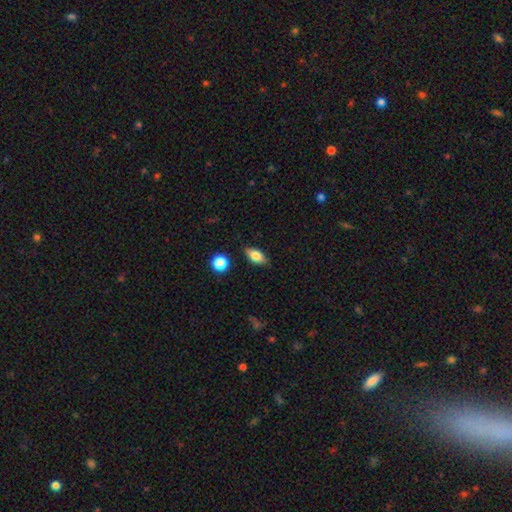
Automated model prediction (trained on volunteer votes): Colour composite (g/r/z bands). It shows a smooth galaxy with no disk features (76%) that is in between round and cigar-shaped (85%). Merging: none (84%).